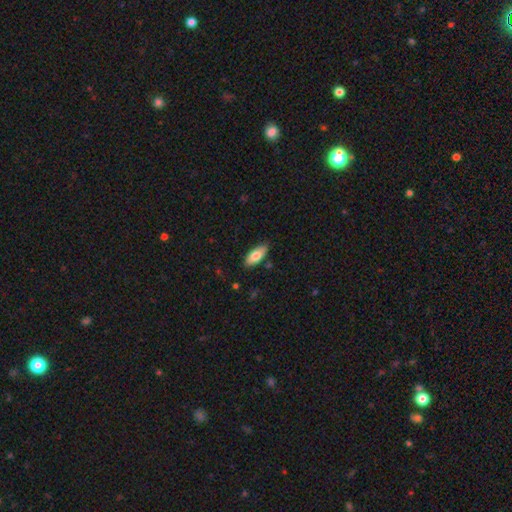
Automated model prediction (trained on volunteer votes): smooth_or_featured: smooth (p=0.79) [alt: featured or disk p=0.15]
how_rounded: in between (p=0.86) [alt: cigar-shaped p=0.12]
merging: none (p=0.84) [alt: minor disturbance p=0.12]